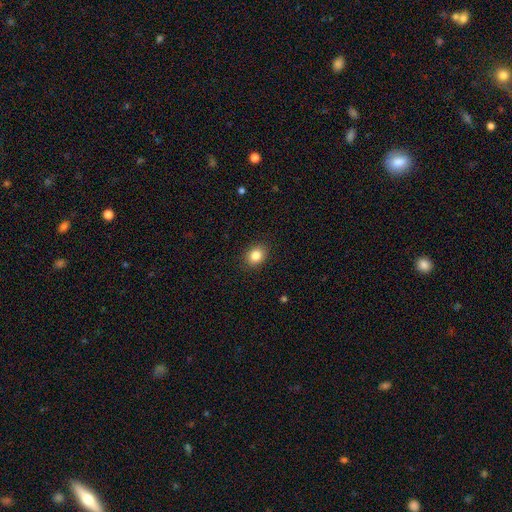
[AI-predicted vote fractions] Smooth or featured: smooth — 84% (star or artifact — 10%)
How rounded: round — 53% (in between — 46%)
Merging: none — 89% (minor disturbance — 8%)